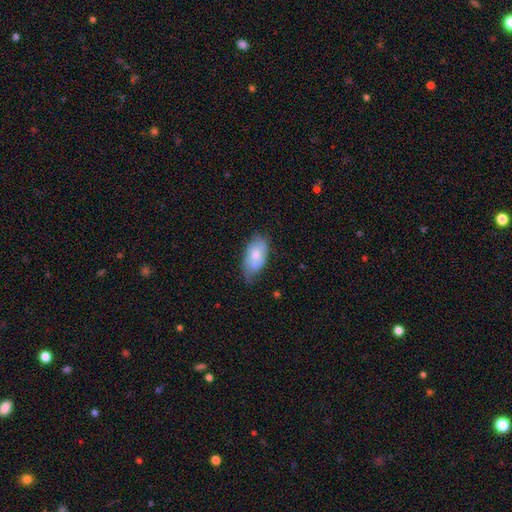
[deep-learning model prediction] Smooth or featured? Predicted: smooth (p=0.63). How rounded? Predicted: in between (p=0.93). Merging? Predicted: none (p=0.50).